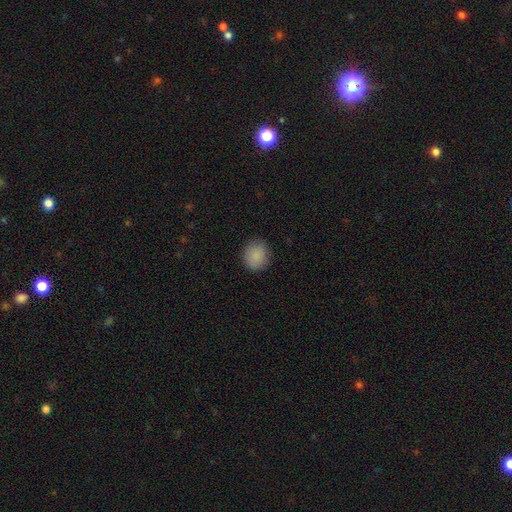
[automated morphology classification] smooth_or_featured: smooth (p=0.88) [alt: star or artifact p=0.08]
how_rounded: round (p=0.81) [alt: in between p=0.18]
merging: none (p=0.88) [alt: minor disturbance p=0.09]